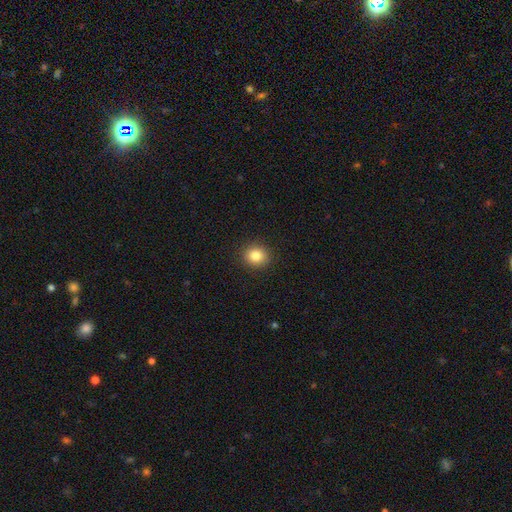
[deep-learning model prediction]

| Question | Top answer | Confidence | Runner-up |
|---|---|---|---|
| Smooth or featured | smooth | 84% | star or artifact (10%) |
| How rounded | round | 81% | in between (18%) |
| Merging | none | 91% | minor disturbance (6%) |